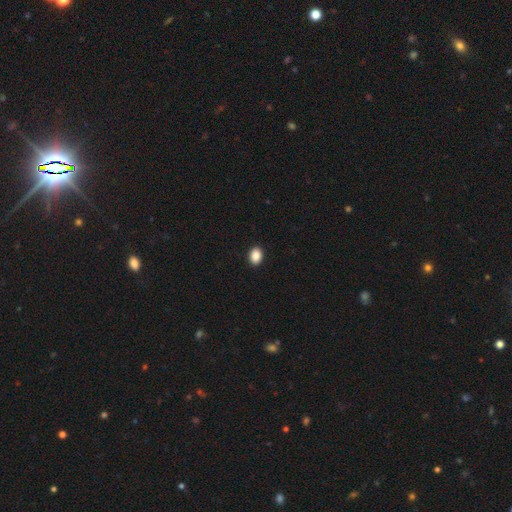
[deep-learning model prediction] Overall: smooth (88%). How rounded: in between (69%; round 30%). Merging: none (92%).